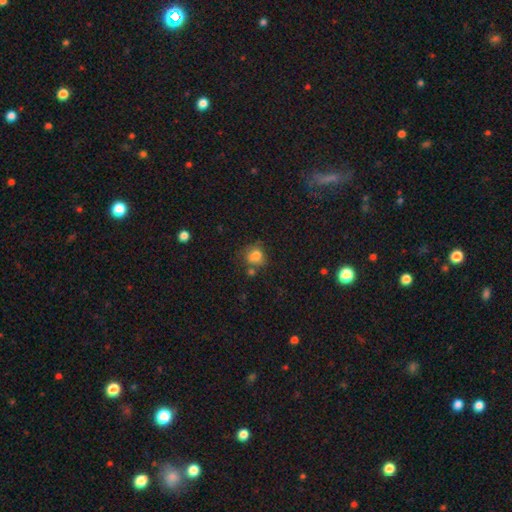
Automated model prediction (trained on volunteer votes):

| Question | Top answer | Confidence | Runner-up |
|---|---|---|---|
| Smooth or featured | smooth | 77% | star or artifact (12%) |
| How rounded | round | 62% | in between (37%) |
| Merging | none | 54% | minor disturbance (23%) |